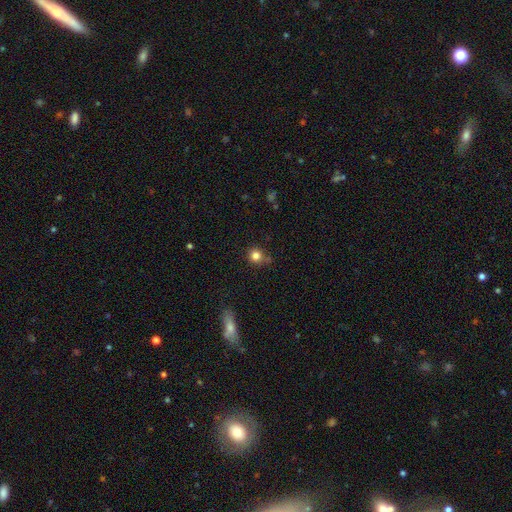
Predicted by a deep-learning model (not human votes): Smooth or featured: smooth — 83% (star or artifact — 12%)
How rounded: round — 91% (in between — 8%)
Merging: none — 75% (minor disturbance — 15%)